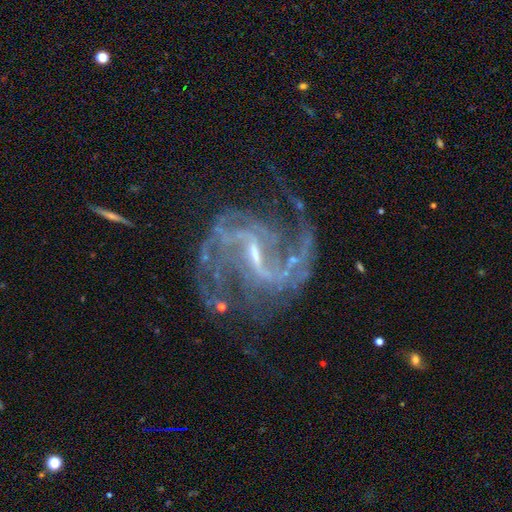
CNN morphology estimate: smooth_or_featured: featured or disk (p=0.92) [alt: star or artifact p=0.06]
disk_edge_on: no (p=0.98) [alt: yes p=0.02]
bar: strong (p=0.49) [alt: weak p=0.42]
has_spiral_arms: yes (p=0.98) [alt: no p=0.02]
spiral_winding: medium (p=0.53) [alt: loose p=0.32]
spiral_arm_count: 2 (p=0.79) [alt: 3 p=0.06]
bulge_size: small (p=0.70) [alt: moderate p=0.20]
merging: none (p=0.67) [alt: minor disturbance p=0.16]